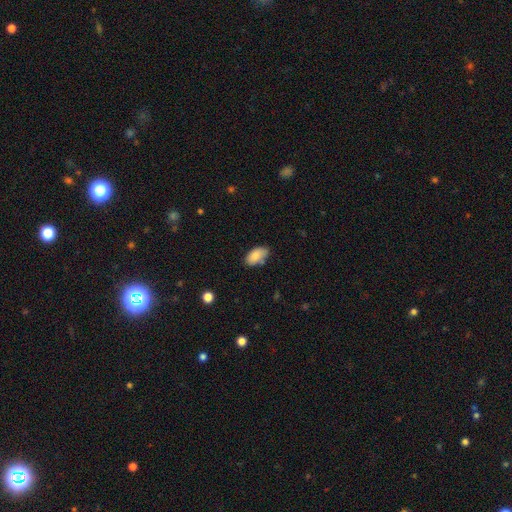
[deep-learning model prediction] Smooth or featured? smooth (85%)
How rounded? in between (94%)
Merging? none (71%)